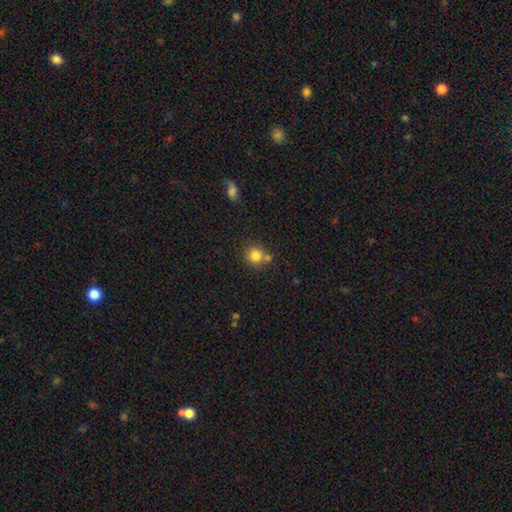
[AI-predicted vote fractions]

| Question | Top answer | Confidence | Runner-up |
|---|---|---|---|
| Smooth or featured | smooth | 82% | star or artifact (11%) |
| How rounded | round | 88% | in between (11%) |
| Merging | none | 63% | merger (21%) |